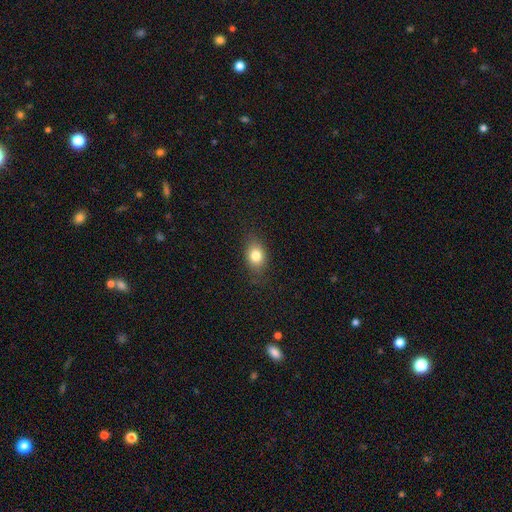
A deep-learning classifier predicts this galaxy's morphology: Smooth or featured?
  - smooth: 79% *
  - featured or disk: 10%
  - star or artifact: 10%
How rounded?
  - in between: 66% *
  - round: 32%
  - cigar-shaped: 2%
Merging?
  - none: 82% *
  - minor disturbance: 14%
  - major disturbance: 4%
  - merger: 1%